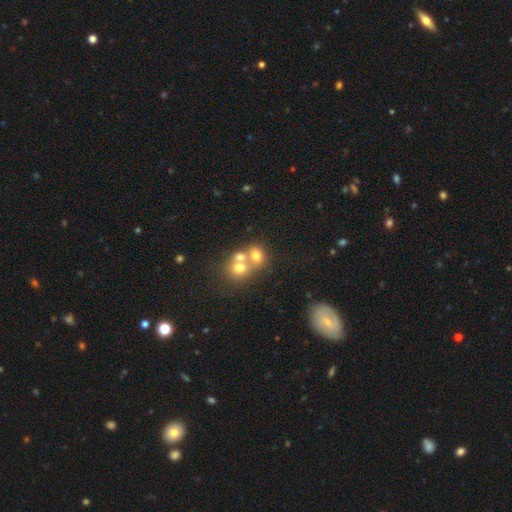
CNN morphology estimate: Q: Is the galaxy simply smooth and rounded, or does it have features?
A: smooth — 67%.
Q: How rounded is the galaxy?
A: round — 63%.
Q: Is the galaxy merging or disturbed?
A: merger — 58%.